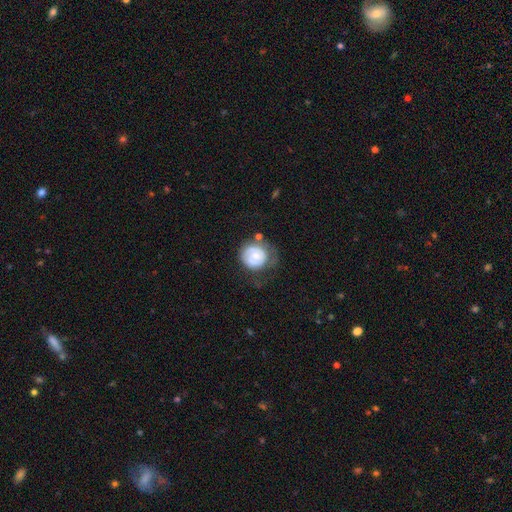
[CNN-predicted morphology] smooth_or_featured: smooth (p=0.50) [alt: featured or disk p=0.43]
how_rounded: round (p=0.83) [alt: in between p=0.16]
merging: none (p=0.44) [alt: minor disturbance p=0.28]